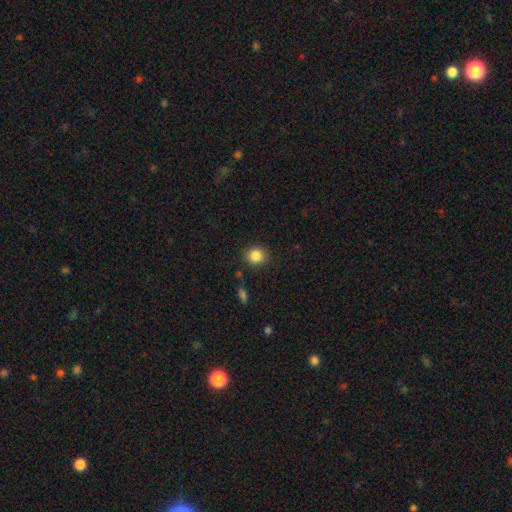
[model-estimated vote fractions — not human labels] Smooth or featured? smooth (86%)
How rounded? round (79%)
Merging? none (86%)